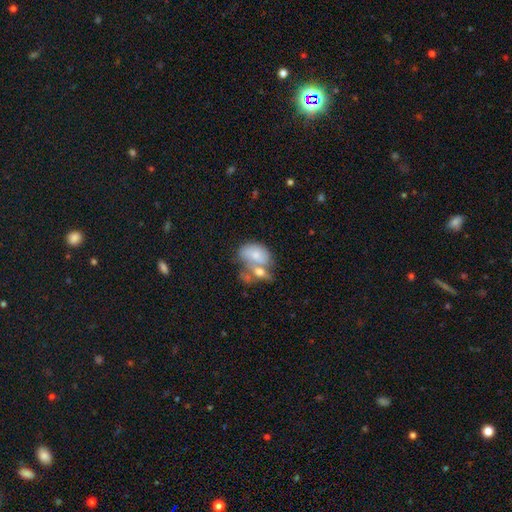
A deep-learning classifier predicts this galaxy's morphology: The model was most divided on "smooth or featured": smooth: 64%, featured or disk: 29%, star or artifact: 7%. More confident: how rounded — in between (84%); merging — merger (60%).